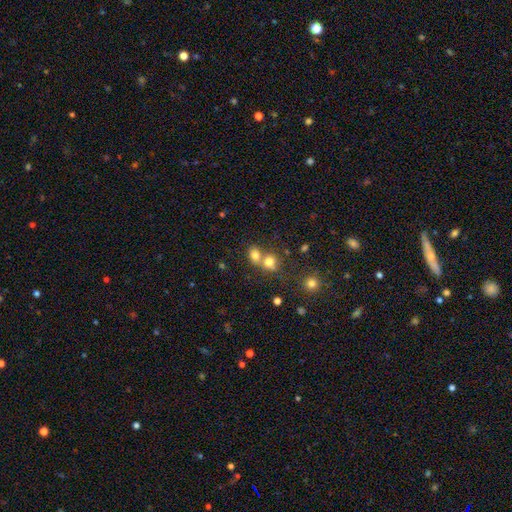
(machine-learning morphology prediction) Smooth or featured? smooth (75%)
How rounded? round (58%)
Merging? merger (56%)